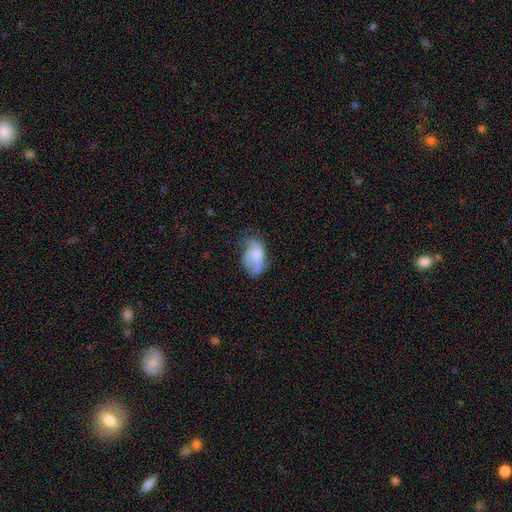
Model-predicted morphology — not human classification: Smooth or featured? Predicted: smooth (p=0.61). How rounded? Predicted: in between (p=0.90). Merging? Predicted: none (p=0.39).